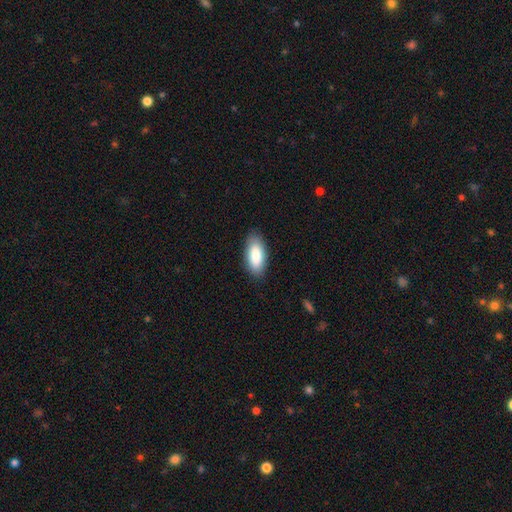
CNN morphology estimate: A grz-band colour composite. It shows a smooth galaxy with no disk features (86%) that is in between round and cigar-shaped (88%). Merging: none (87%).